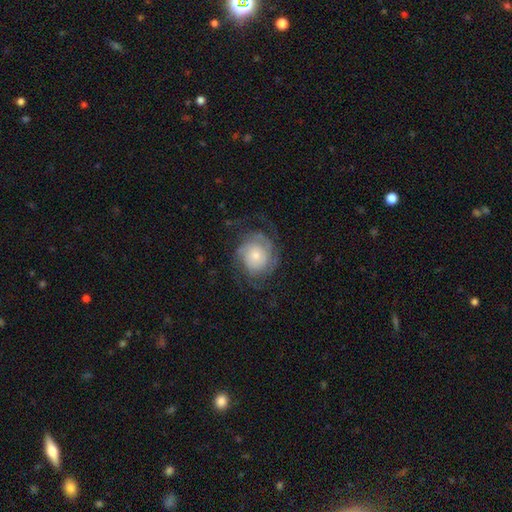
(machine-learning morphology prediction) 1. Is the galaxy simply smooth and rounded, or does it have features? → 71% featured or disk, 23% smooth, 7% star or artifact.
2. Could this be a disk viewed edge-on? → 98% no, 2% yes.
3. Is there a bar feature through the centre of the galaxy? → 79% no, 18% weak, 3% strong.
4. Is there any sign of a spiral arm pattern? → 91% yes, 9% no.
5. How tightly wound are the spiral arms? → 52% tight, 33% medium, 15% loose.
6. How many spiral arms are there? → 33% can't tell, 26% 2, 21% 3, 9% 4, 6% 1, 6% more than 4.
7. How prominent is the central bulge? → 48% small, 39% moderate, 9% large, 2% none, 2% dominant.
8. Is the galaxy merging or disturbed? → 63% none, 18% minor disturbance, 18% major disturbance, 1% merger.